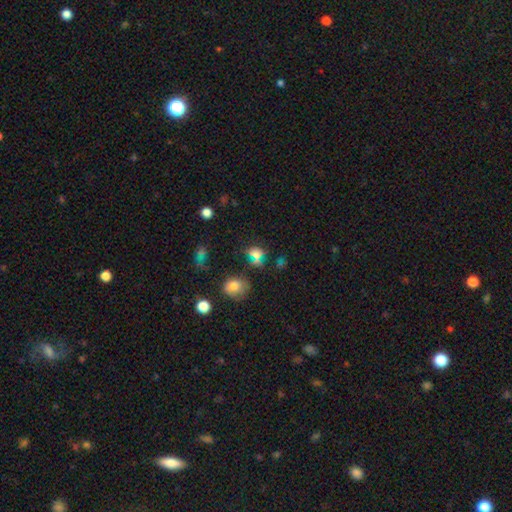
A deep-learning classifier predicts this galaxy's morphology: This is possibly a smooth galaxy (58%). How rounded: possibly round (54%). Merging: likely none (63%).